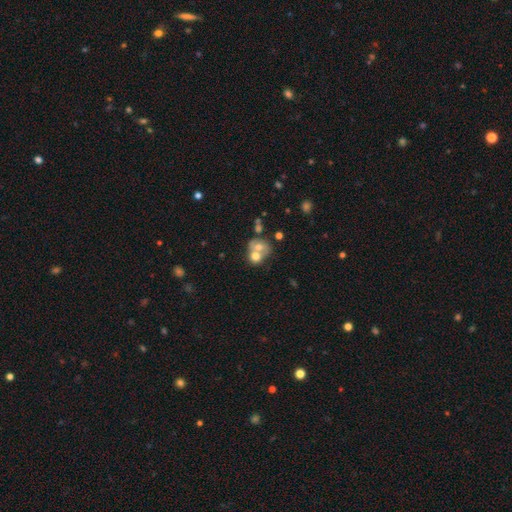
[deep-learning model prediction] This is likely a smooth galaxy (63%). How rounded: likely round (65%). Merging: likely merger (66%).